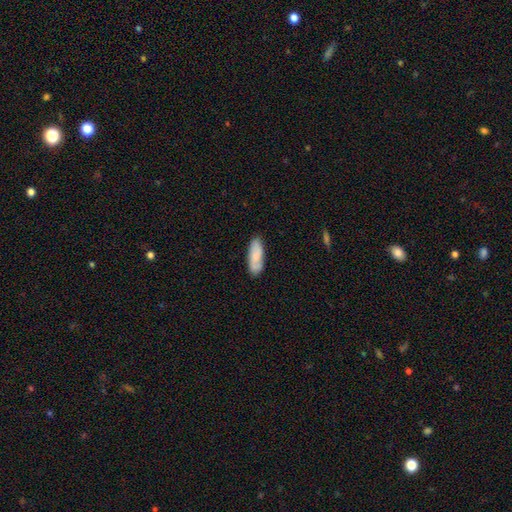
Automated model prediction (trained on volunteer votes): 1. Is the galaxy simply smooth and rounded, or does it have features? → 74% smooth, 20% featured or disk, 6% star or artifact.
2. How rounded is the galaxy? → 65% in between, 33% cigar-shaped, 2% round.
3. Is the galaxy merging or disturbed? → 79% none, 16% minor disturbance, 3% major disturbance, 2% merger.